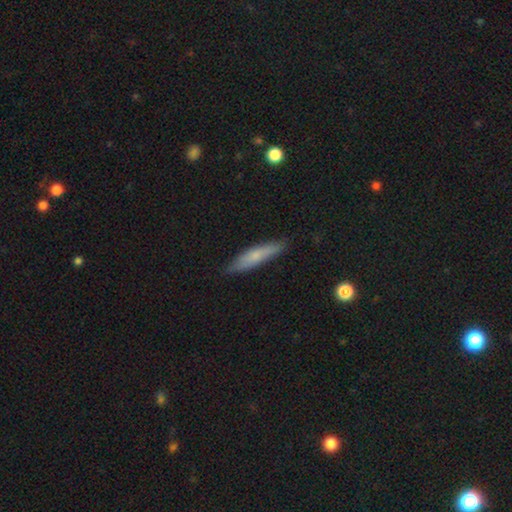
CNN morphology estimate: smooth-or-featured: smooth: 67% | featured or disk: 27% | star or artifact: 6%
  how-rounded: cigar-shaped: 83% | in between: 15% | round: 2%
  merging: none: 84% | minor disturbance: 13% | major disturbance: 2% | merger: 1%